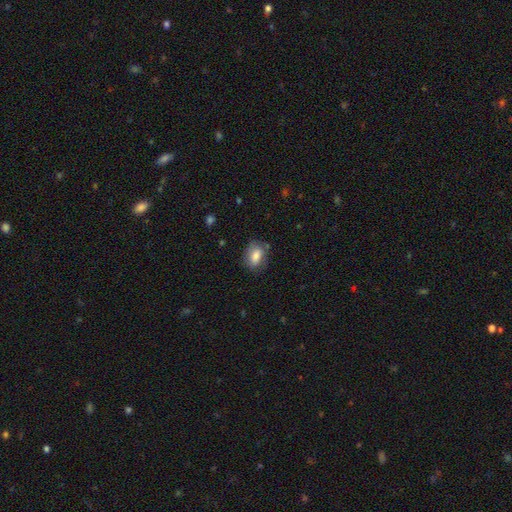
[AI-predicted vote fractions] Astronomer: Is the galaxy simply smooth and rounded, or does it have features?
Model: smooth — 76%.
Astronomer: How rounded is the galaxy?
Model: in between — 79%.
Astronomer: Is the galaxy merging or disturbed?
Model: none — 70%.